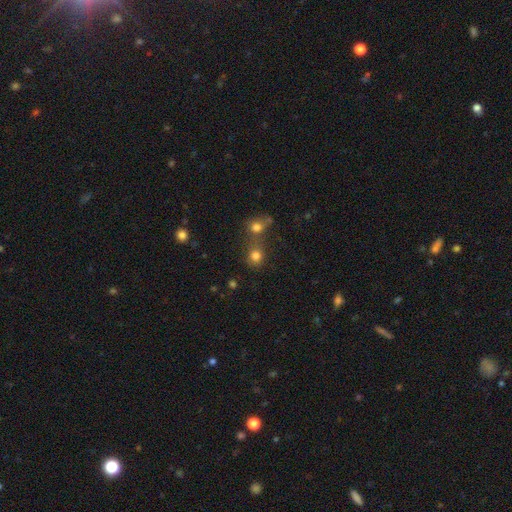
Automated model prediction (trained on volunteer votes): smooth 78%, star or artifact 15%, featured or disk 7%. Down the decision tree: how rounded — round (80%); merging — none (48%).